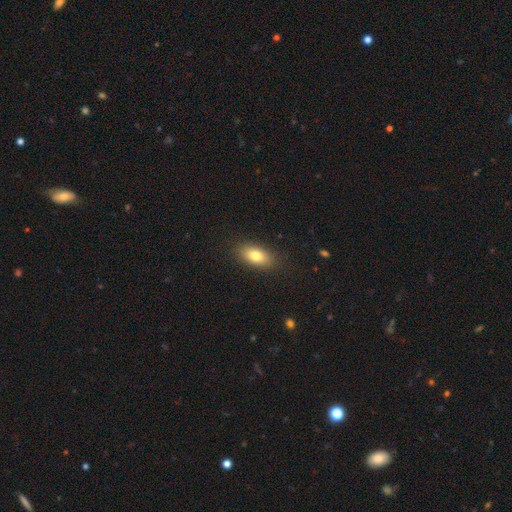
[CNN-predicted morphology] Smooth or featured? Predicted: smooth (p=0.80). How rounded? Predicted: in between (p=0.87). Merging? Predicted: none (p=0.86).